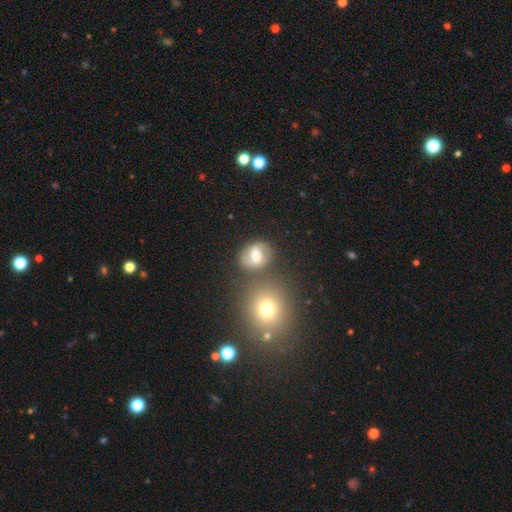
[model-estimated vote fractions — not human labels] Smooth or featured?
  - smooth: 49% *
  - featured or disk: 40%
  - star or artifact: 11%
Merging?
  - none: 69% *
  - minor disturbance: 14%
  - merger: 11%
  - major disturbance: 6%